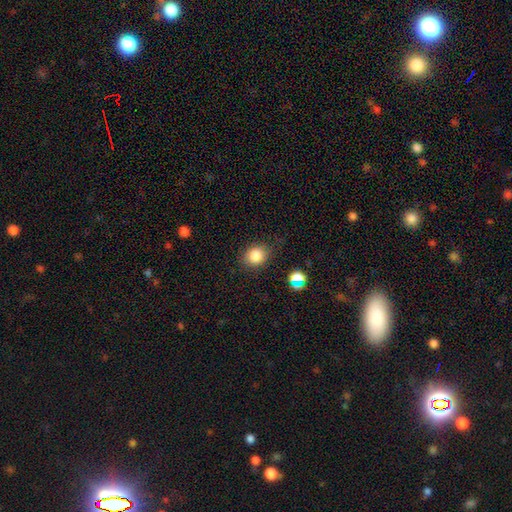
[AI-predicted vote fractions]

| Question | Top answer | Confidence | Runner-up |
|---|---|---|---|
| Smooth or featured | smooth | 84% | star or artifact (11%) |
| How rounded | round | 61% | in between (38%) |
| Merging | none | 79% | minor disturbance (14%) |